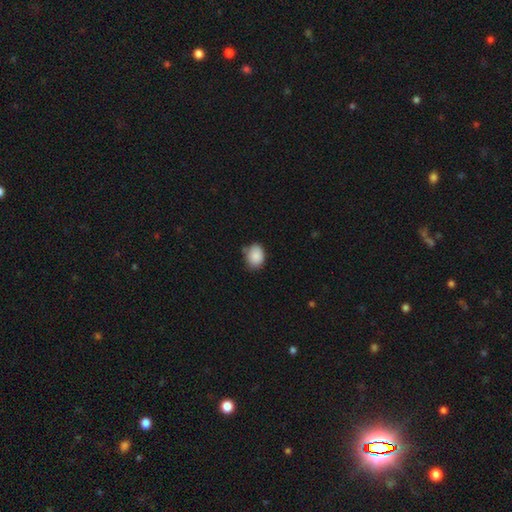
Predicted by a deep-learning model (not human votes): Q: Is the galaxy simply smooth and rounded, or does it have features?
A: smooth — 88%.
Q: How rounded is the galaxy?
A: in between — 65%.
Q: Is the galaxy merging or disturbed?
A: none — 70%.